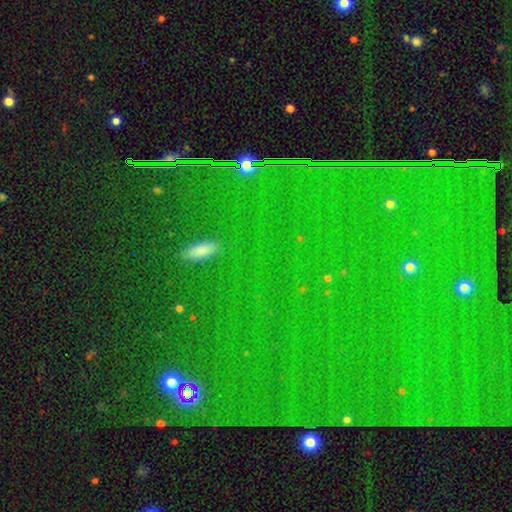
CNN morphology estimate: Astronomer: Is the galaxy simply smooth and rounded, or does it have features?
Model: star or artifact — 76%.